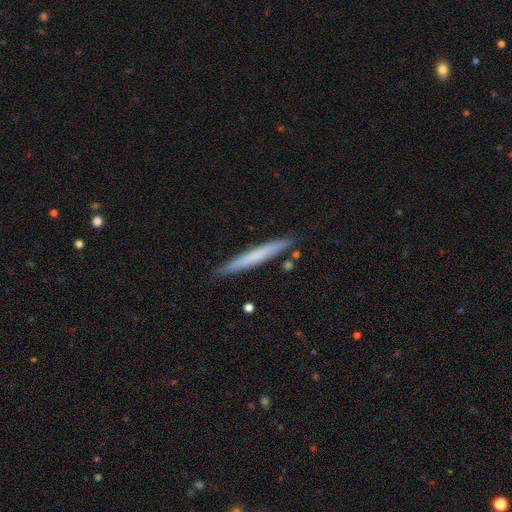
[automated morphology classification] Smooth or featured? Predicted: smooth (p=0.62). How rounded? Predicted: cigar-shaped (p=0.96). Merging? Predicted: none (p=0.88).